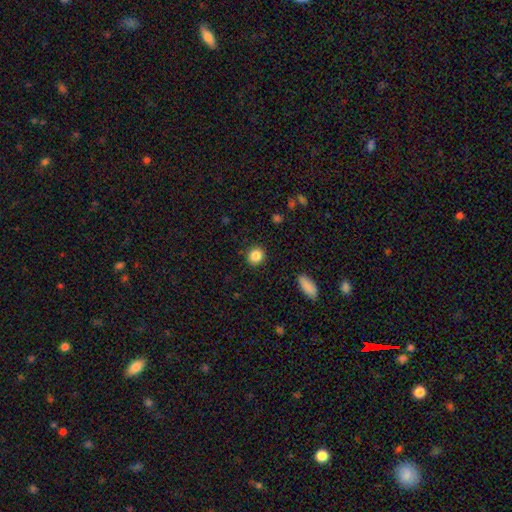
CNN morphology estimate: smooth_or_featured: smooth (p=0.86) [alt: star or artifact p=0.09]
how_rounded: round (p=0.84) [alt: in between p=0.15]
merging: none (p=0.90) [alt: minor disturbance p=0.06]